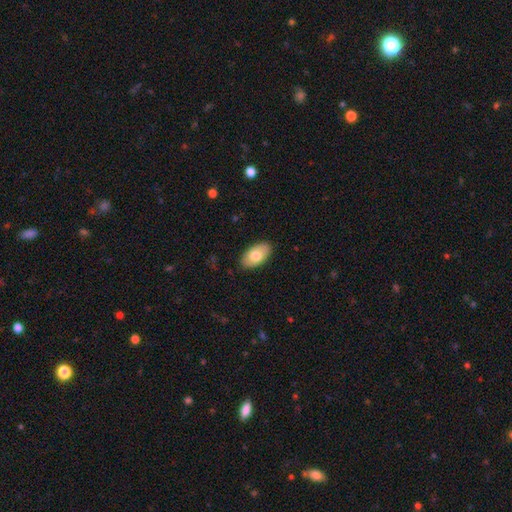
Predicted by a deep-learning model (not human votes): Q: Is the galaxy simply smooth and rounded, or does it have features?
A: smooth — 77%.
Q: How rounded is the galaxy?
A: in between — 95%.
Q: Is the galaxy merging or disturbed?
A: none — 88%.